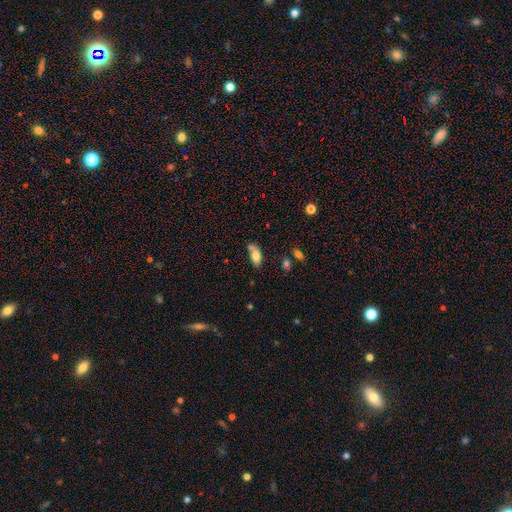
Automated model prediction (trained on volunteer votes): Smooth or featured? Predicted: smooth (p=0.76). How rounded? Predicted: in between (p=0.88). Merging? Predicted: none (p=0.45).